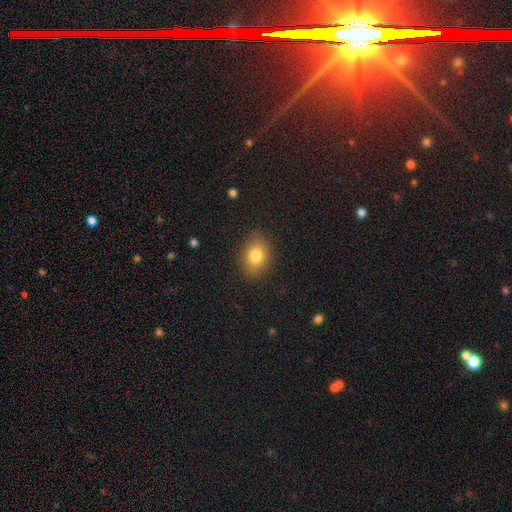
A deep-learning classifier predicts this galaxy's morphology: smooth 80%, star or artifact 10%, featured or disk 9%. Down the decision tree: how rounded — in between (65%); merging — none (86%).